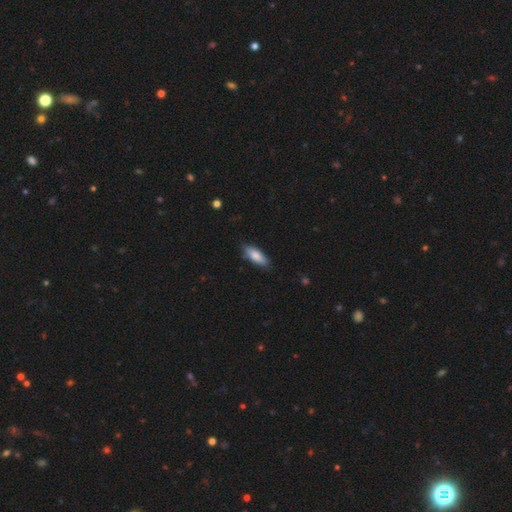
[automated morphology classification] This is clearly a smooth galaxy (83%). How rounded: likely in between (65%). Merging: clearly none (81%).